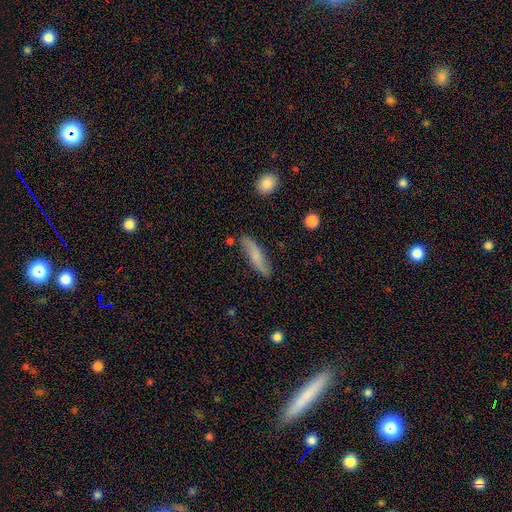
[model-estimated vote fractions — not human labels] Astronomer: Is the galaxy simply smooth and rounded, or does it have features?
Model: smooth — 60%.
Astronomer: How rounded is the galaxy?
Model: cigar-shaped — 69%.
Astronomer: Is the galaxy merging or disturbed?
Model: none — 73%.